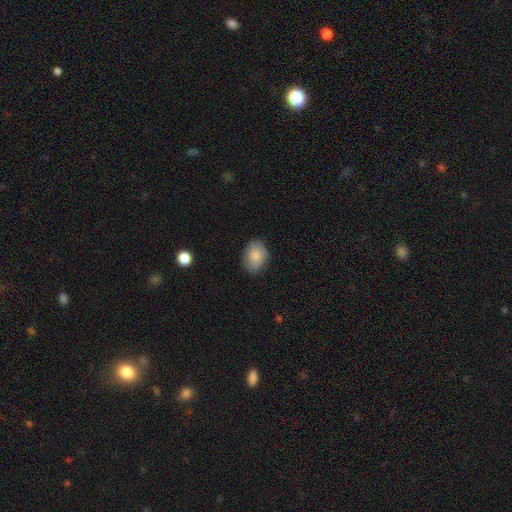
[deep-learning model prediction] Overall: smooth (83%). How rounded: in between (74%). Merging: none (79%).